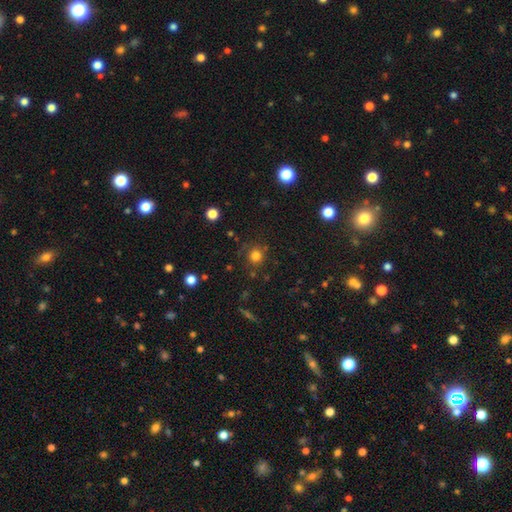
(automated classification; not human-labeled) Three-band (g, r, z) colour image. It shows a smooth galaxy with no disk features (79%) that is round (90%). Merging: none (79%).